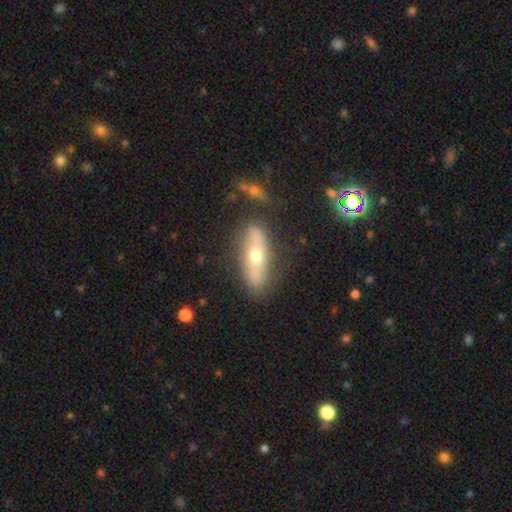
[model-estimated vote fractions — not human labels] This is possibly a featured or disk galaxy (51%). It is possibly viewed edge-on (53%). Merging: likely none (78%).